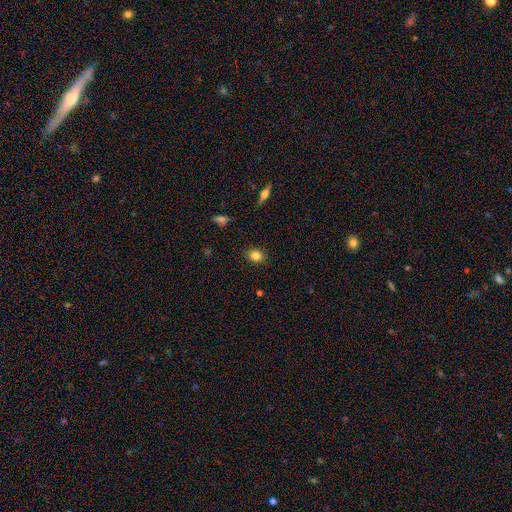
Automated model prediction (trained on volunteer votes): Overall: smooth (83%). How rounded: in between (50%; round 49%). Merging: none (88%).